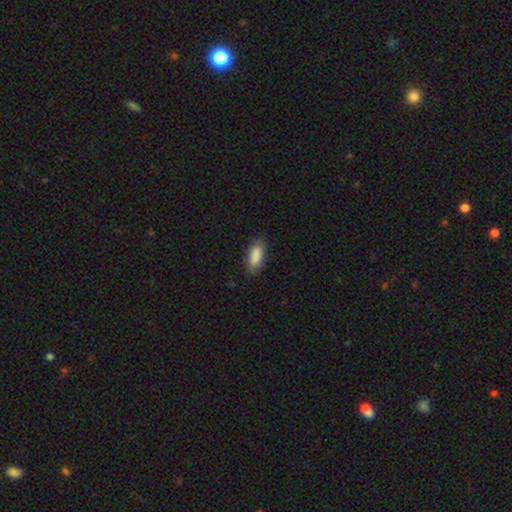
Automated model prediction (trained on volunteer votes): Smooth or featured? smooth (89%)
How rounded? in between (81%)
Merging? none (83%)